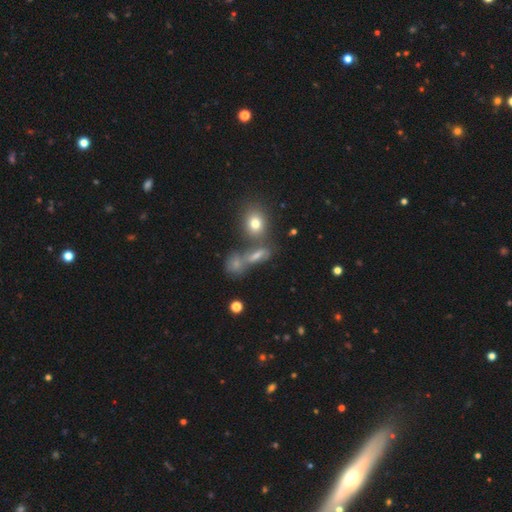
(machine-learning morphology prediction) A smooth galaxy with no disk features (51%) that is in between round and cigar-shaped (51%). Merging: none (52%).